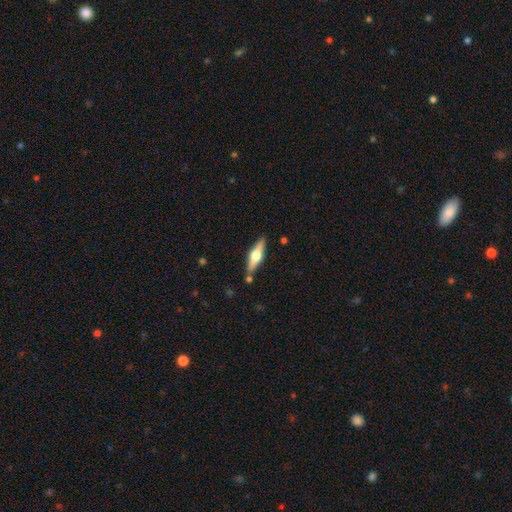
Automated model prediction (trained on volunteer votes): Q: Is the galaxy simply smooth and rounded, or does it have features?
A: featured or disk — 68%.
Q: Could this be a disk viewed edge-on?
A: yes — 97%.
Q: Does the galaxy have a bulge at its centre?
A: rounded — 94%.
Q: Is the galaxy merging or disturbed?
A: none — 85%.